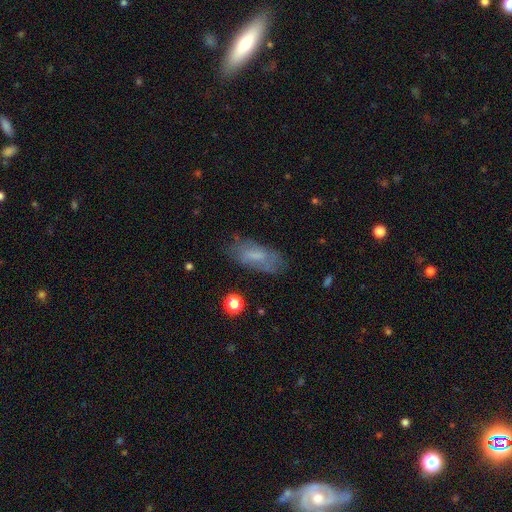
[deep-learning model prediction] Smooth or featured? Predicted: smooth (p=0.61). How rounded? Predicted: in between (p=0.76). Merging? Predicted: none (p=0.69).